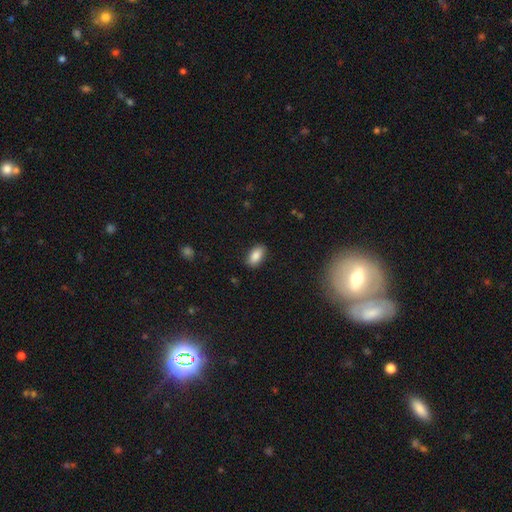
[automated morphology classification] Smooth or featured?
  - smooth: 88% *
  - star or artifact: 7%
  - featured or disk: 5%
How rounded?
  - in between: 92% *
  - cigar-shaped: 4%
  - round: 4%
Merging?
  - none: 86% *
  - minor disturbance: 10%
  - major disturbance: 2%
  - merger: 1%